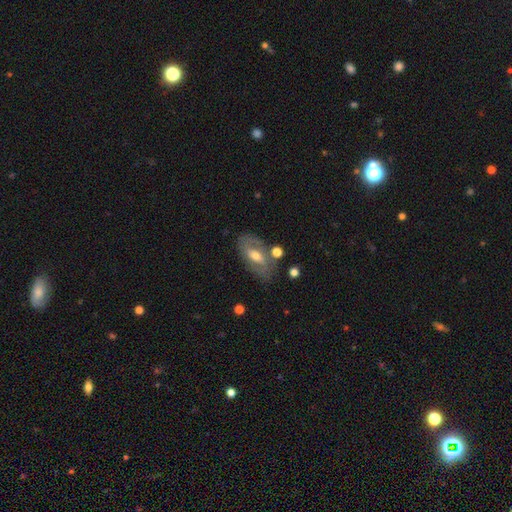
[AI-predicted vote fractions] Smooth or featured: featured or disk — 67% (smooth — 25%)
Edge-on disk: no — 87% (yes — 13%)
Bar: weak — 40% (no — 33%)
Spiral arms: yes — 61% (no — 39%)
Bulge size: moderate — 68% (small — 23%)
Merging: none — 72% (minor disturbance — 16%)